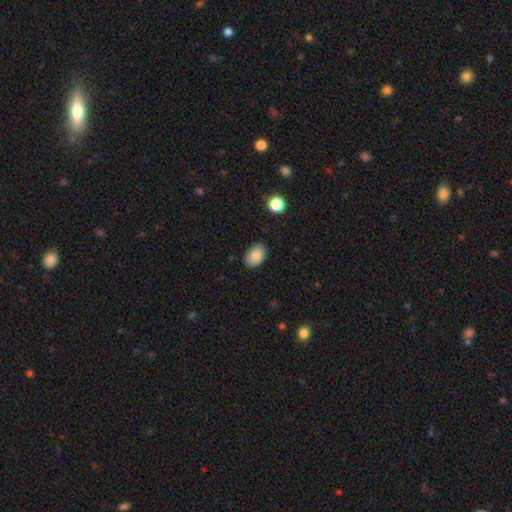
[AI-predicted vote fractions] This is clearly a smooth galaxy (85%). How rounded: clearly in between (88%). Merging: clearly none (86%).